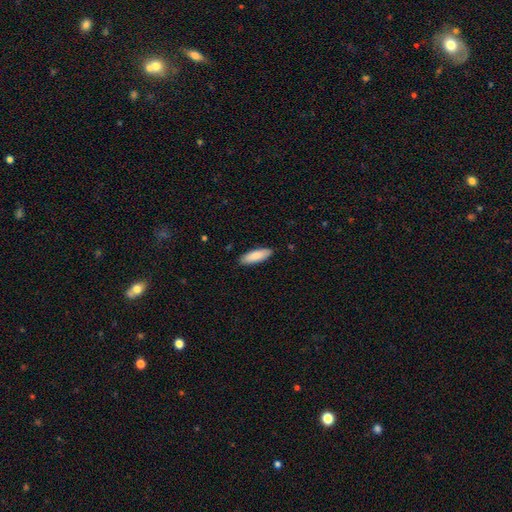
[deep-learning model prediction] A smooth galaxy with no disk features (85%) that is in between round and cigar-shaped (57%).

Vote fractions:
- Smooth or featured? smooth: 85% / featured or disk: 9% / star or artifact: 5%
- How rounded? in between: 57% / cigar-shaped: 42% / round: 1%
- Merging? none: 88% / minor disturbance: 9% / major disturbance: 2% / merger: 1%